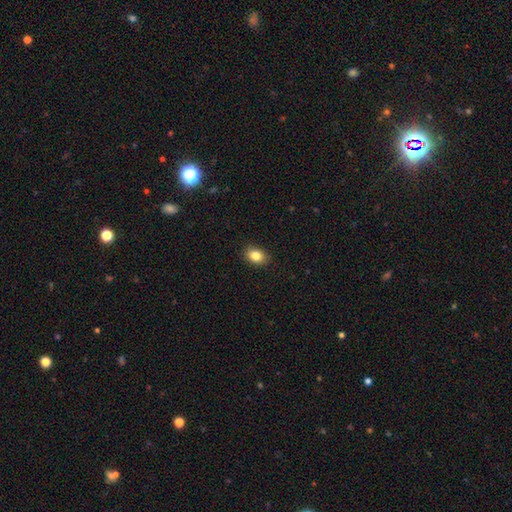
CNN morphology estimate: Smooth or featured: smooth — 84% (star or artifact — 9%)
How rounded: in between — 76% (round — 23%)
Merging: none — 89% (minor disturbance — 9%)